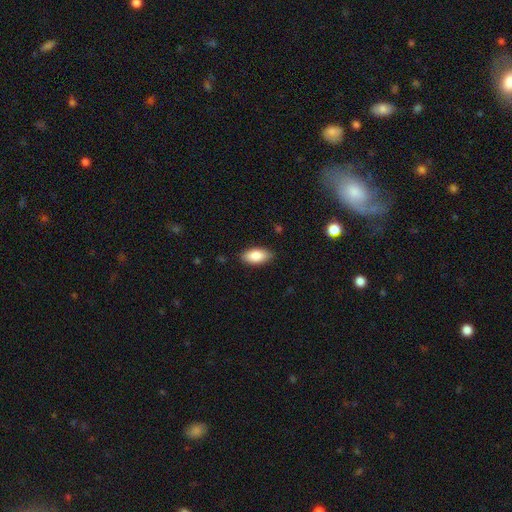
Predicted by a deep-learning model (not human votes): A smooth galaxy with no disk features (86%) that is in between round and cigar-shaped (92%).

Vote fractions:
- Smooth or featured? smooth: 86% / featured or disk: 8% / star or artifact: 6%
- How rounded? in between: 92% / cigar-shaped: 6% / round: 3%
- Merging? none: 86% / minor disturbance: 10% / major disturbance: 2% / merger: 1%